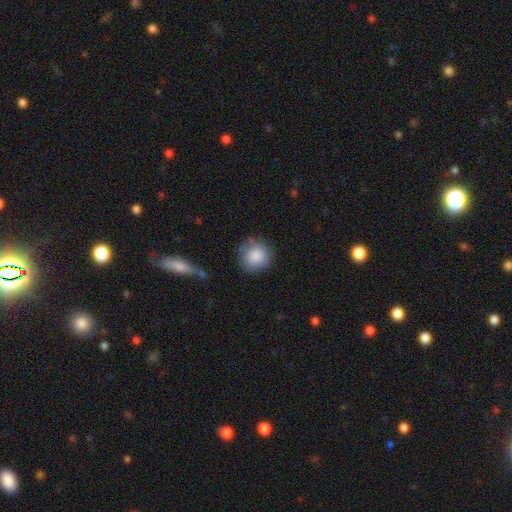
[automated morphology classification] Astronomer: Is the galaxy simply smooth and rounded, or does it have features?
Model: smooth — 87%.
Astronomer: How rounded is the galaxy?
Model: round — 92%.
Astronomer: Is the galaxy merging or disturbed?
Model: none — 78%.